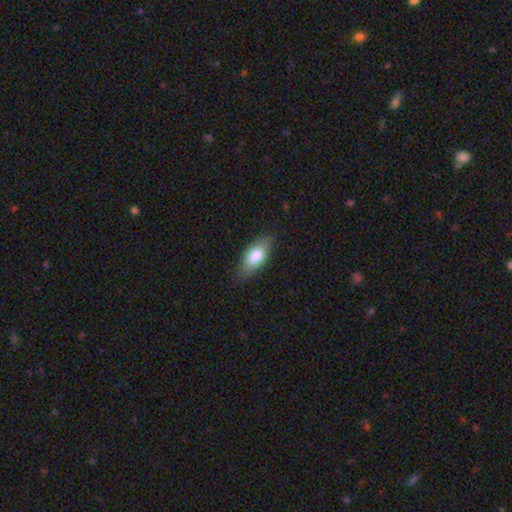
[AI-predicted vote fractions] Smooth or featured? Predicted: smooth (p=0.77). How rounded? Predicted: in between (p=0.85). Merging? Predicted: none (p=0.79).